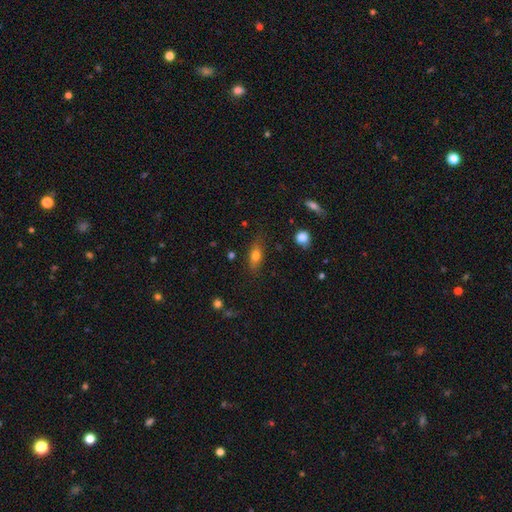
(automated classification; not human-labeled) A smooth galaxy with no disk features (72%) that is in between round and cigar-shaped (73%). Merging: none (77%).